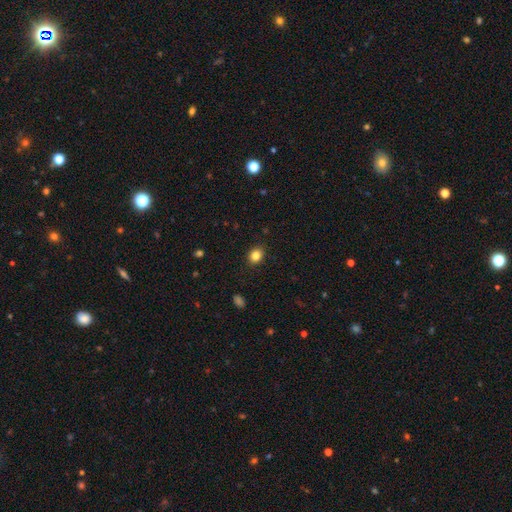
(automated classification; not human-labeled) smooth 84%, star or artifact 11%, featured or disk 5%. Down the decision tree: how rounded — round (56%); merging — none (89%).